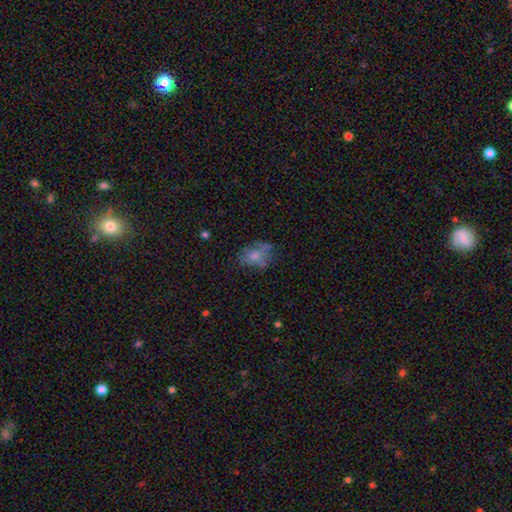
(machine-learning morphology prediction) A smooth galaxy with no disk features (58%) that is in between round and cigar-shaped (70%). Merging: none (44%).